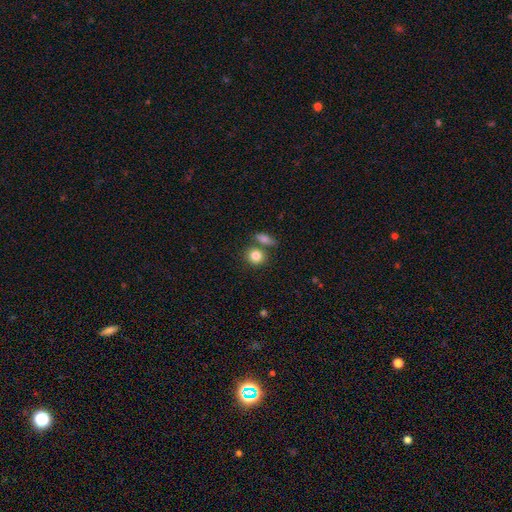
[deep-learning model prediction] The model was most divided on "merging": none: 63%, merger: 23%, minor disturbance: 10%, major disturbance: 3%. More confident: smooth or featured — smooth (83%); how rounded — round (77%).